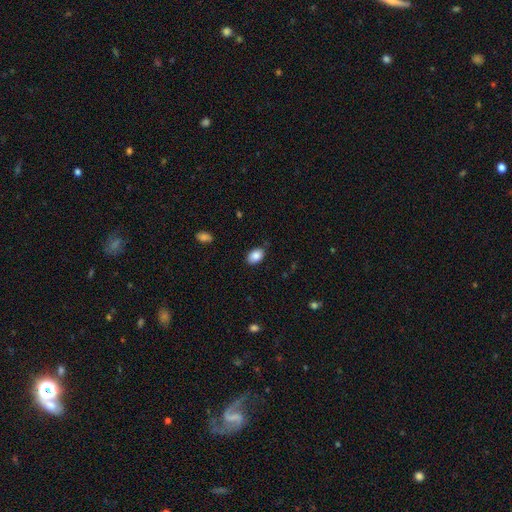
Q: Smooth or featured?
A: smooth (88%); runner-up: star or artifact (8%)
Q: How rounded?
A: in between (80%); runner-up: round (20%)
Q: Merging?
A: none (68%); runner-up: minor disturbance (22%)